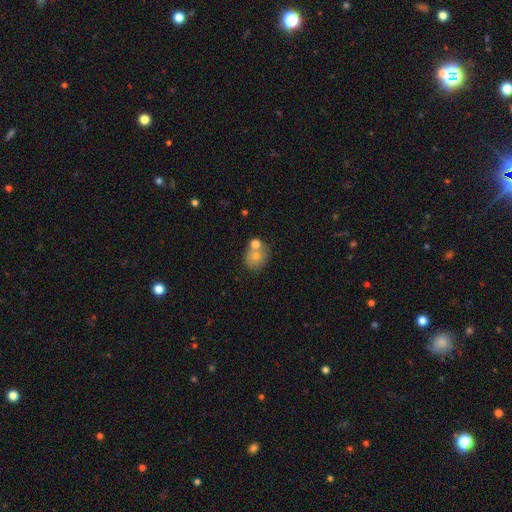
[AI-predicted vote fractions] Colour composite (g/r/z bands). It shows a smooth galaxy with no disk features (69%) that is round (72%). Merging: none (52%).